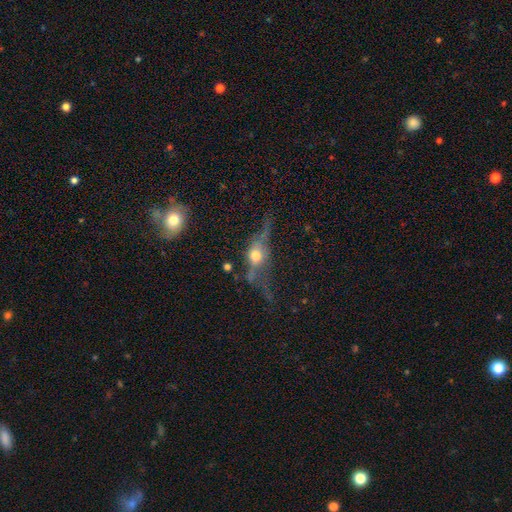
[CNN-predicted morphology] featured or disk 64%, smooth 24%, star or artifact 12%. Down the decision tree: edge-on disk — yes (77%); merging — none (55%).